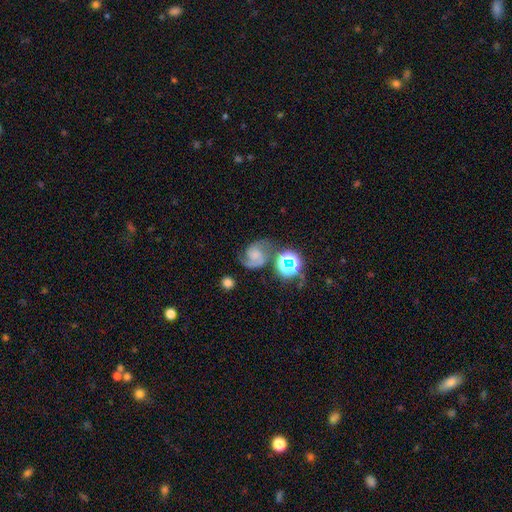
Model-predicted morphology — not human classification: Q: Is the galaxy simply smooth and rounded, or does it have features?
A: featured or disk — 71%.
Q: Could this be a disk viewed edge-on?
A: no — 98%.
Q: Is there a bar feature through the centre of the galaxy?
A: no — 62%.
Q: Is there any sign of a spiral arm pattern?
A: yes — 95%.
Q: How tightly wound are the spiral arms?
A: medium — 51%.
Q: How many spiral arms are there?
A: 2 — 78%.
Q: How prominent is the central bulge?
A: small — 34%.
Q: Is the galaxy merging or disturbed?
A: none — 55%.